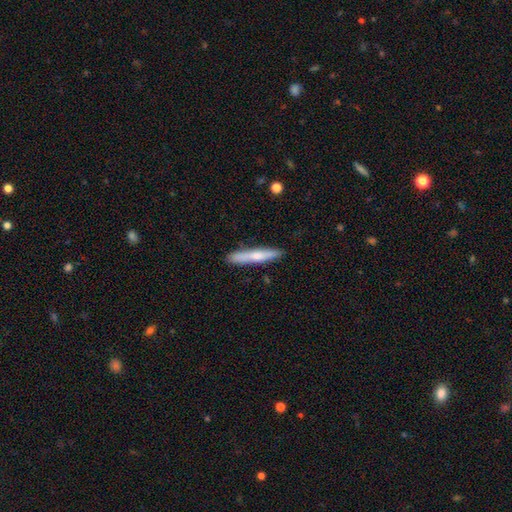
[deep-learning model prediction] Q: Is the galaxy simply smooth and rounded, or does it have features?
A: smooth — 59%.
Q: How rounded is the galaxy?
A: cigar-shaped — 94%.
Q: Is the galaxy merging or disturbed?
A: none — 88%.